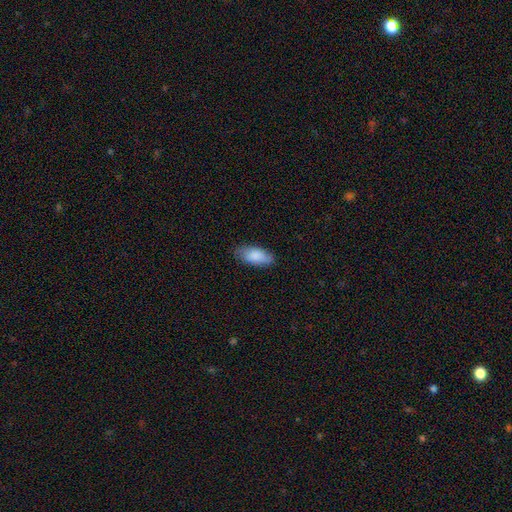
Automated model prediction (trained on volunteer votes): Overall: smooth (85%). How rounded: in between (88%). Merging: none (80%).